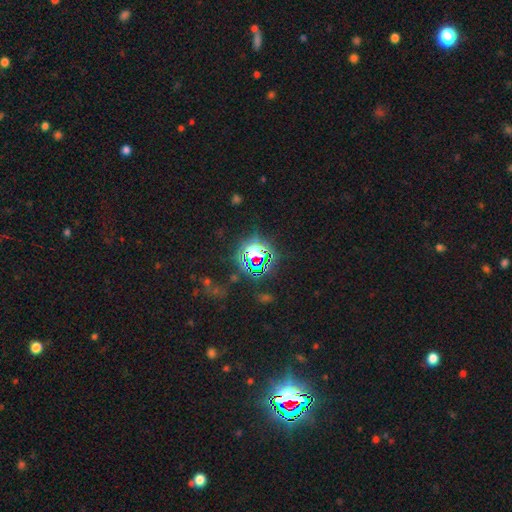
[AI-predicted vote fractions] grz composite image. It shows a star or artifact, not a galaxy (76%).